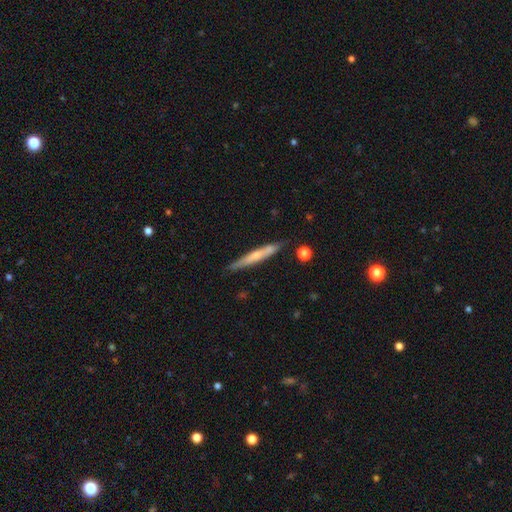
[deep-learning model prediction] This is possibly a smooth galaxy (50%). Merging: likely none (79%).